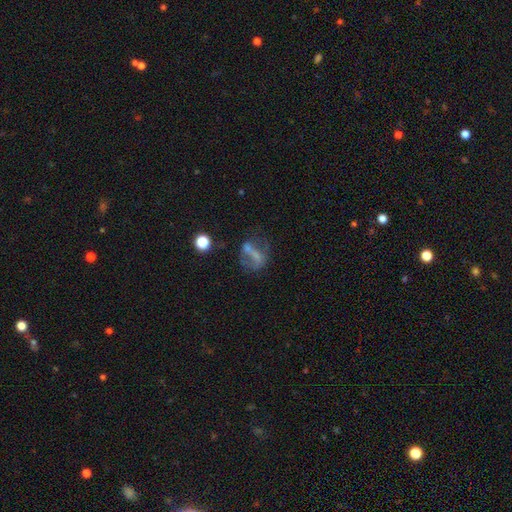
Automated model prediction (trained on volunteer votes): The model was most divided on "smooth or featured": featured or disk: 45%, smooth: 34%, star or artifact: 22%. Remaining: merging — none (44%).